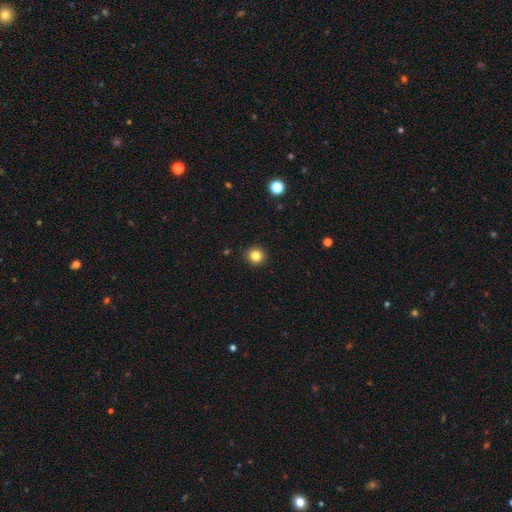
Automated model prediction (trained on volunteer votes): Smooth or featured? Predicted: smooth (p=0.83). How rounded? Predicted: round (p=0.92). Merging? Predicted: none (p=0.91).